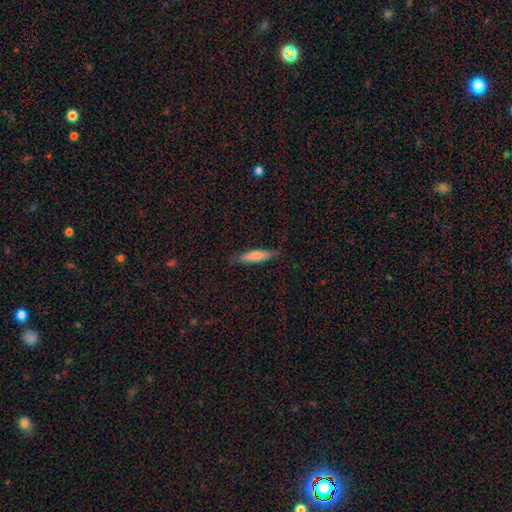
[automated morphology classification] Smooth or featured? Predicted: smooth (p=0.73). How rounded? Predicted: cigar-shaped (p=0.77). Merging? Predicted: none (p=0.83).